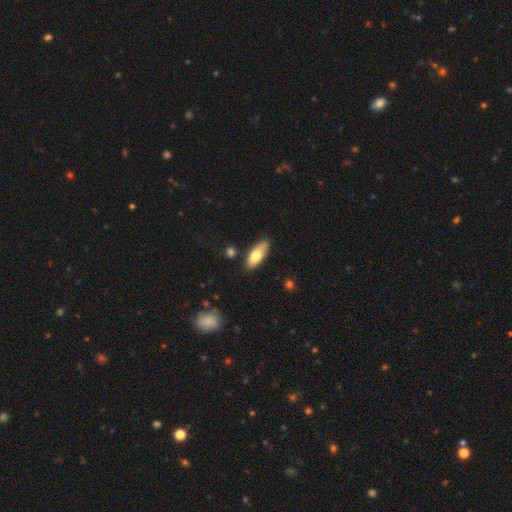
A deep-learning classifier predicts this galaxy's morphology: Smooth or featured? Predicted: smooth (p=0.74). How rounded? Predicted: in between (p=0.73). Merging? Predicted: none (p=0.79).